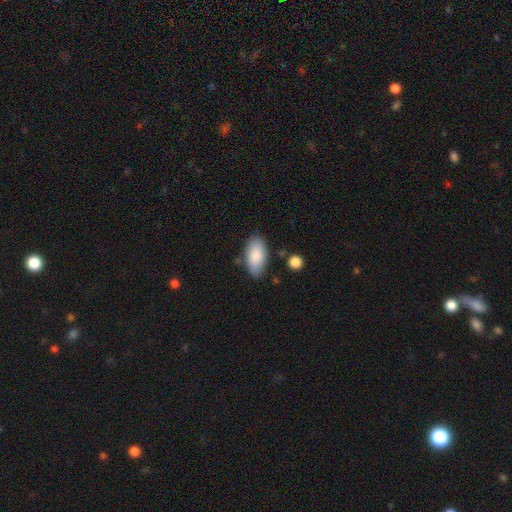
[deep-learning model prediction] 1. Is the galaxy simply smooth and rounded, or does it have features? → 85% smooth, 9% featured or disk, 6% star or artifact.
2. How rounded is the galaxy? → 93% in between, 4% cigar-shaped, 2% round.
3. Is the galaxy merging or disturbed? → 78% none, 15% minor disturbance, 3% merger, 3% major disturbance.